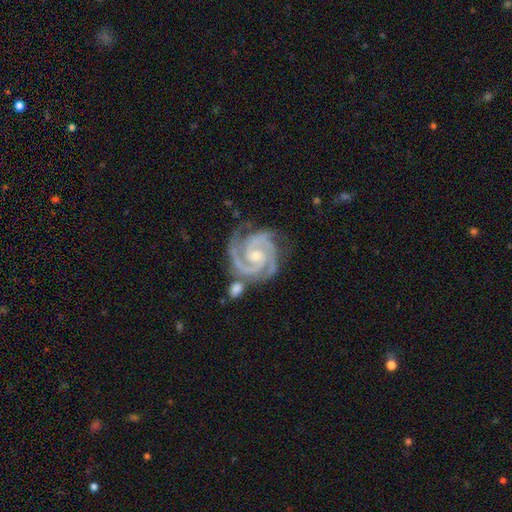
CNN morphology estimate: A featured or disk galaxy (94%) with no bar (63%), 2 (58%) tight (71%) spiral arms (99%) and a small central bulge (60%). Merging: none (67%).